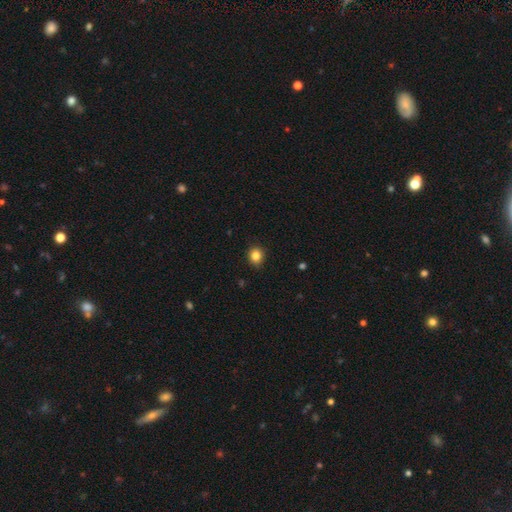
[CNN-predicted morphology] The model was most divided on "how rounded": round: 82%, in between: 17%, cigar-shaped: 1%. More confident: merging — none (90%); smooth or featured — smooth (84%).